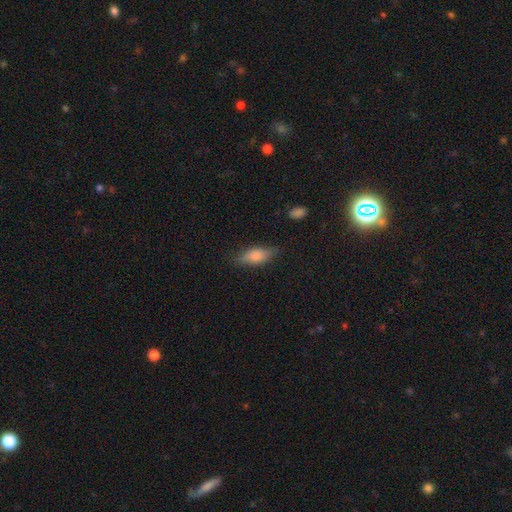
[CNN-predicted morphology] Overall: smooth (75%). How rounded: in between (74%). Merging: none (74%).